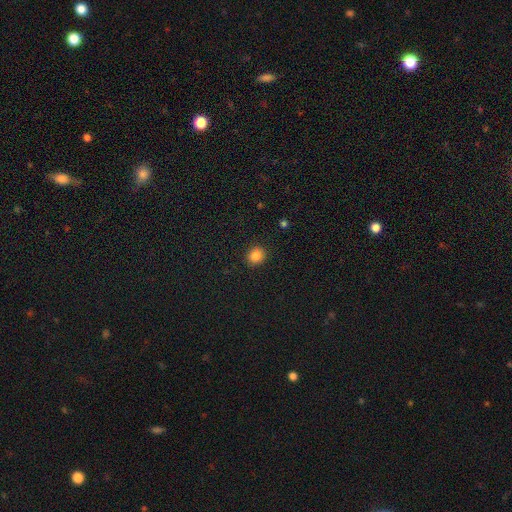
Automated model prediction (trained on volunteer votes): Overall: smooth (85%). How rounded: round (82%). Merging: none (91%).